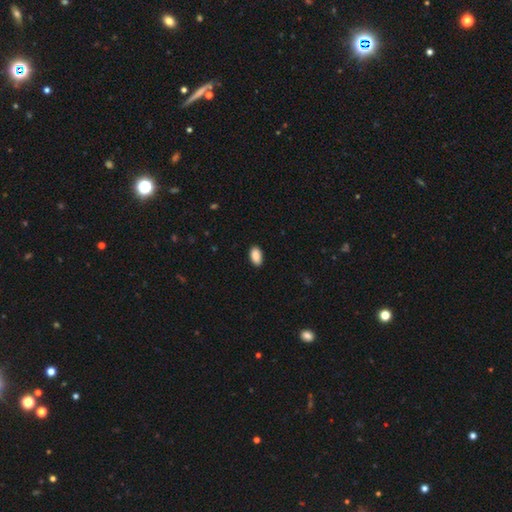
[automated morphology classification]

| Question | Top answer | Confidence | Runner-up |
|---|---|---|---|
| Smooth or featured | smooth | 90% | star or artifact (7%) |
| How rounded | in between | 94% | round (3%) |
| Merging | none | 89% | minor disturbance (8%) |